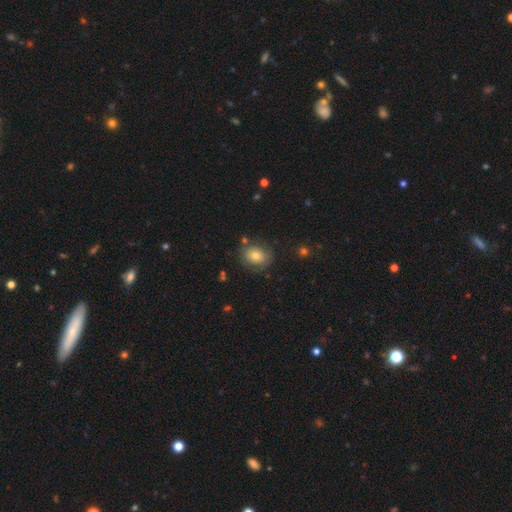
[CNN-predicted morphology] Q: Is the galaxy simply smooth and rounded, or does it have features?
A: smooth — 71%.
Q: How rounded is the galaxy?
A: round — 51%.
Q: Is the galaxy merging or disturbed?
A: none — 75%.